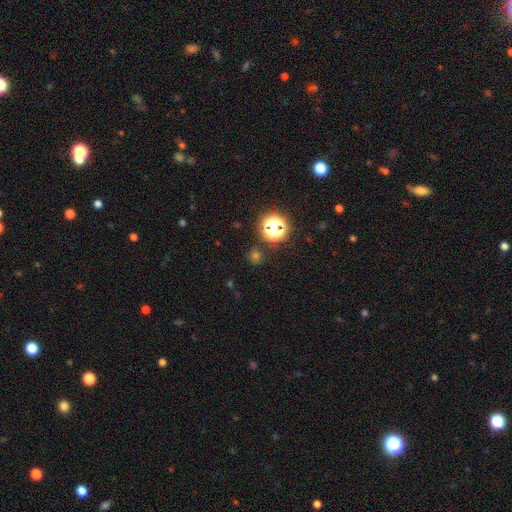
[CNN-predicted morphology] smooth_or_featured: smooth (p=0.51) [alt: star or artifact p=0.43]
how_rounded: round (p=0.91) [alt: in between p=0.08]
merging: none (p=0.85) [alt: minor disturbance p=0.08]